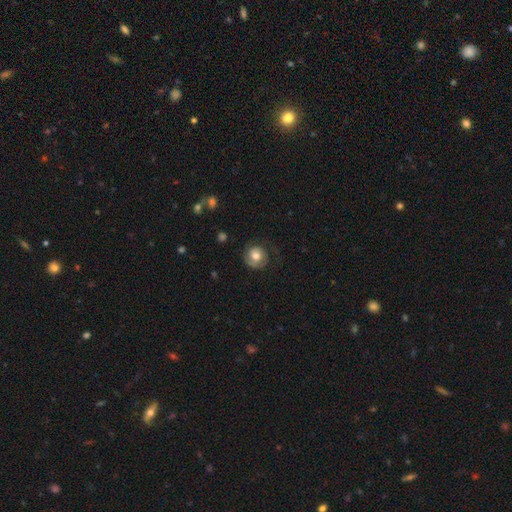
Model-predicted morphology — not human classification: smooth-or-featured: smooth: 50% | featured or disk: 43% | star or artifact: 7%
  merging: none: 64% | minor disturbance: 21% | major disturbance: 14% | merger: 1%